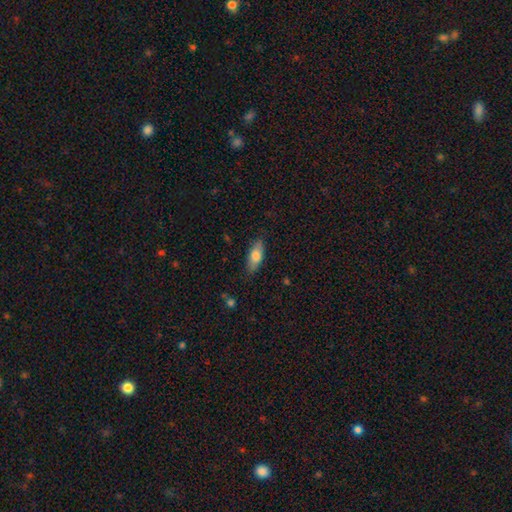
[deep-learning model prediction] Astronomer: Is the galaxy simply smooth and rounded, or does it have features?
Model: smooth — 75%.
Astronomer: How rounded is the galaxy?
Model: in between — 77%.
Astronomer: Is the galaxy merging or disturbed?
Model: none — 83%.